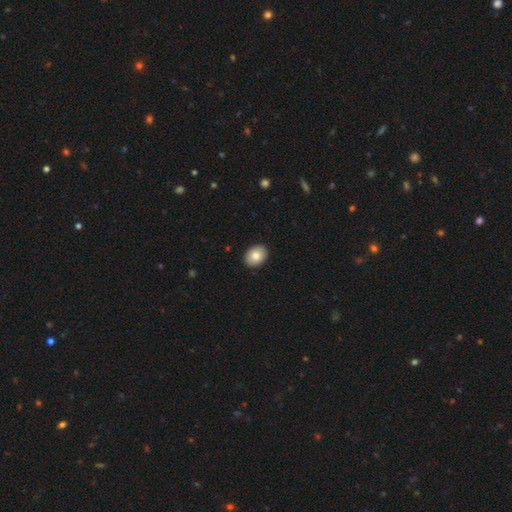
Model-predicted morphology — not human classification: This is clearly a smooth galaxy (84%). How rounded: likely in between (65%). Merging: clearly none (91%).